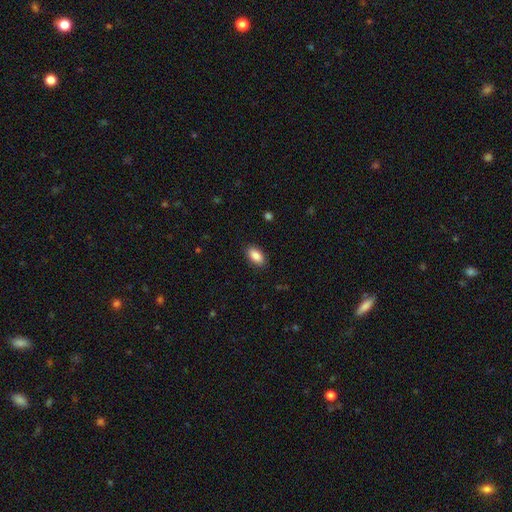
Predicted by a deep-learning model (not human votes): Overall: smooth (88%). How rounded: in between (92%). Merging: none (88%).